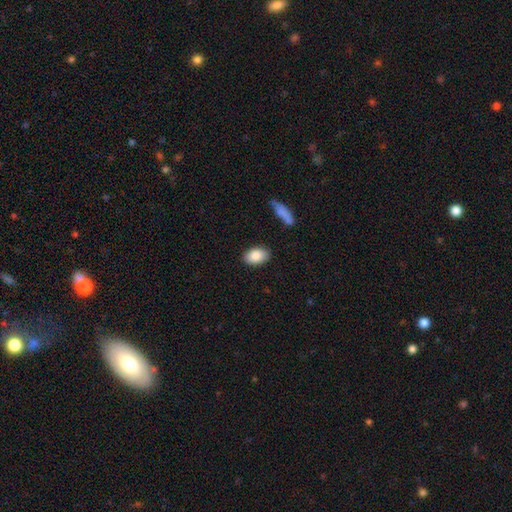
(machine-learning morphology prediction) Smooth or featured?
  - smooth: 86% *
  - featured or disk: 7%
  - star or artifact: 7%
How rounded?
  - in between: 90% *
  - round: 8%
  - cigar-shaped: 2%
Merging?
  - none: 86% *
  - minor disturbance: 10%
  - major disturbance: 2%
  - merger: 2%